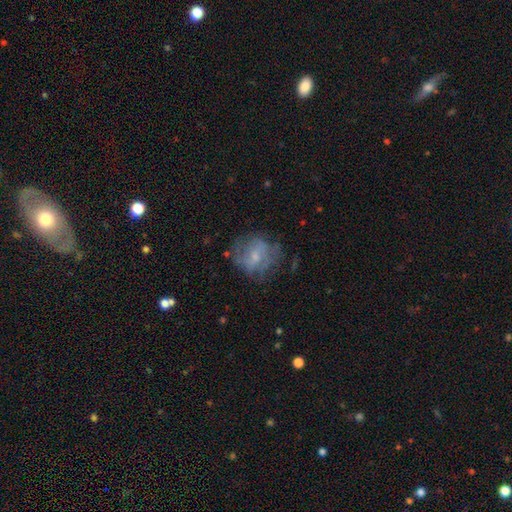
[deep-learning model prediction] Morphology: type=featured or disk (52%); edge-on=no (97%); bar=no (55%); spiral arms=yes (51%); bulge=small (50%); merging=none (58%).